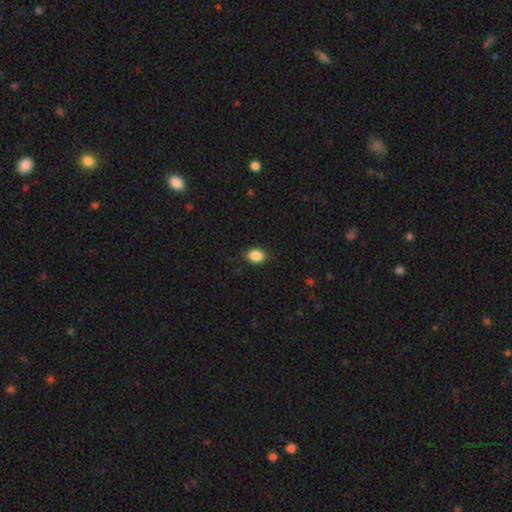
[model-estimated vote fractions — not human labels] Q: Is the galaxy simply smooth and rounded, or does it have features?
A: smooth — 88%.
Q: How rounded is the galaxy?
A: in between — 64%.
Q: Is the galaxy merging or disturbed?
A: none — 87%.